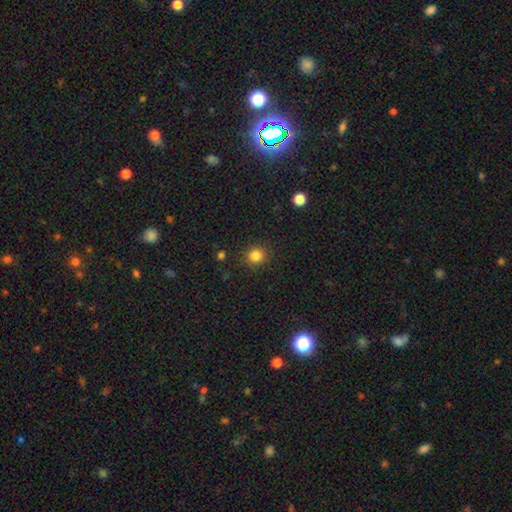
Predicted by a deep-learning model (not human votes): A smooth galaxy with no disk features (84%) that is round (90%). Merging: none (89%).